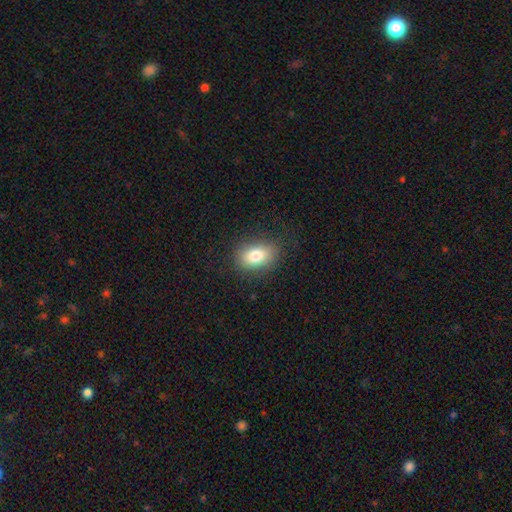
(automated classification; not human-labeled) Morphology: type=smooth (81%); roundness=in between (81%); merging=none (83%).